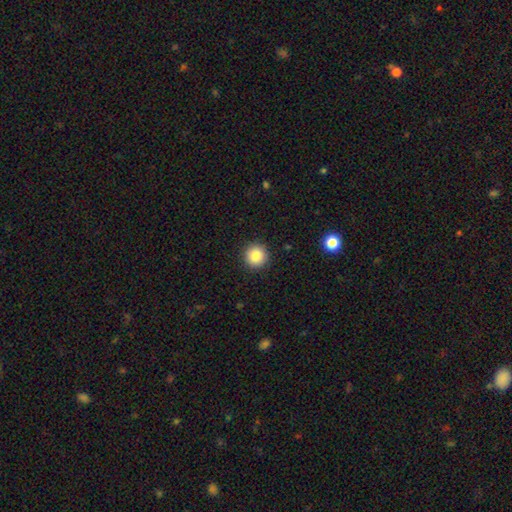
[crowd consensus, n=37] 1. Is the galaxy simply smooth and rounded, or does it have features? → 92% smooth, 5% featured or disk, 3% star or artifact.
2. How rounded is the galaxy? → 100% round, 0% in between, 0% cigar-shaped.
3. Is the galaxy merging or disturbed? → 92% none, 6% minor disturbance, 3% major disturbance, 0% merger.